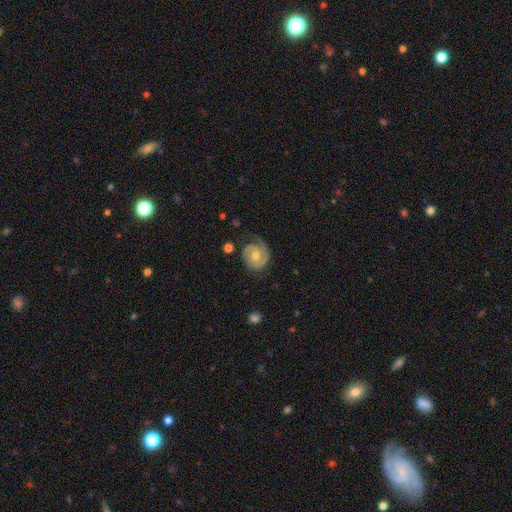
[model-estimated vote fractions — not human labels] smooth-or-featured: featured or disk: 81% | smooth: 13% | star or artifact: 5%
  disk-edge-on: no: 98% | yes: 2%
    bar: no: 72% | weak: 23% | strong: 4%
    has-spiral-arms: yes: 95% | no: 5%
      spiral-winding: tight: 60% | medium: 31% | loose: 10%
      spiral-arm-count: 2: 47% | 1: 40% | can't tell: 7% | 3: 3% | 4: 1% | more than 4: 1%
    bulge-size: moderate: 59% | small: 37% | large: 2% | none: 1% | dominant: 1%
  merging: none: 68% | minor disturbance: 20% | major disturbance: 10% | merger: 2%